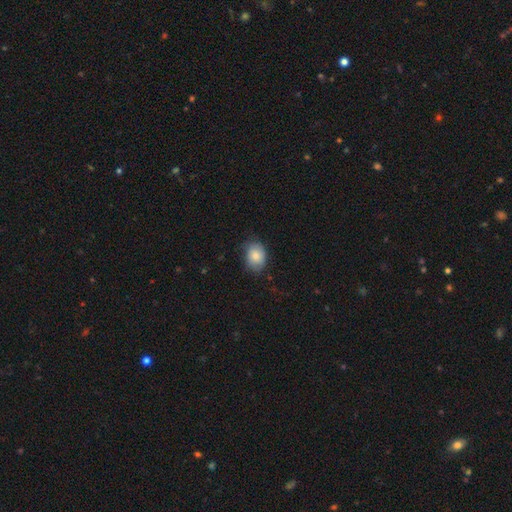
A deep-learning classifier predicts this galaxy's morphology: Q: Smooth or featured?
A: smooth (80%); runner-up: featured or disk (13%)
Q: How rounded?
A: in between (65%); runner-up: round (35%)
Q: Merging?
A: none (72%); runner-up: minor disturbance (22%)